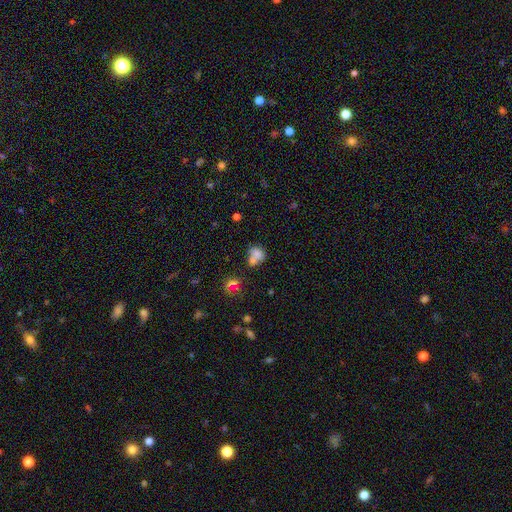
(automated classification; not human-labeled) The model was most divided on "how rounded": round: 51%, in between: 47%, cigar-shaped: 2%. More confident: smooth or featured — smooth (71%); merging — merger (50%).